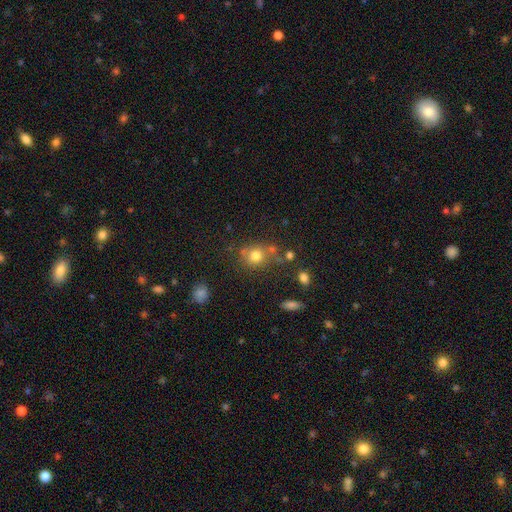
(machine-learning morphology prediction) Smooth or featured: smooth — 76% (star or artifact — 14%)
How rounded: round — 77% (in between — 22%)
Merging: none — 63% (merger — 15%)